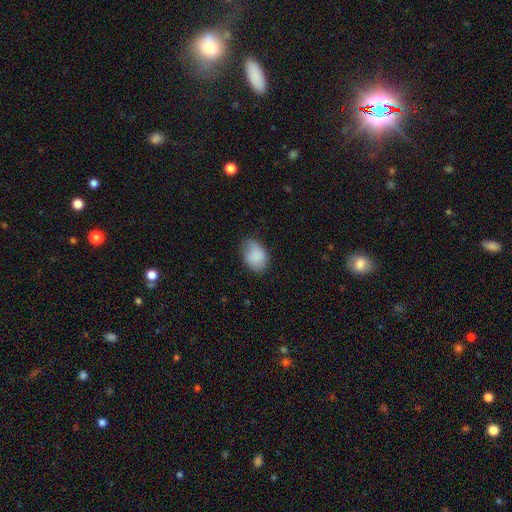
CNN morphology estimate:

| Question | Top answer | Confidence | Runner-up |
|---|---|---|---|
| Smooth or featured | smooth | 85% | featured or disk (8%) |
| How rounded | in between | 79% | round (20%) |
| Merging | none | 59% | minor disturbance (32%) |